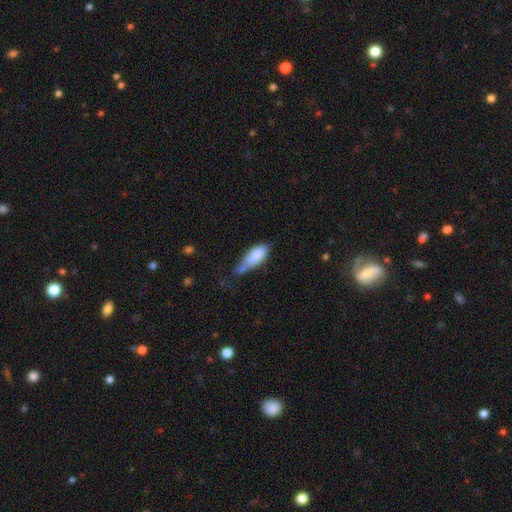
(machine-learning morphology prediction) The model was most divided on "merging": minor disturbance: 44%, none: 27%, major disturbance: 19%, merger: 10%. More confident: smooth or featured — smooth (80%); how rounded — in between (78%).